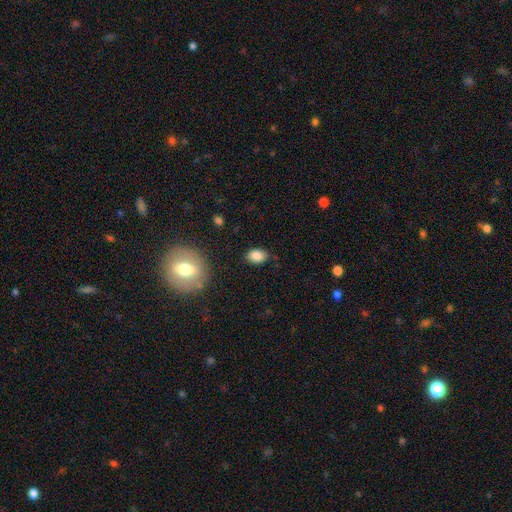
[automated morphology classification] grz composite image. It shows a smooth galaxy with no disk features (85%) that is in between round and cigar-shaped (80%). Merging: none (84%).